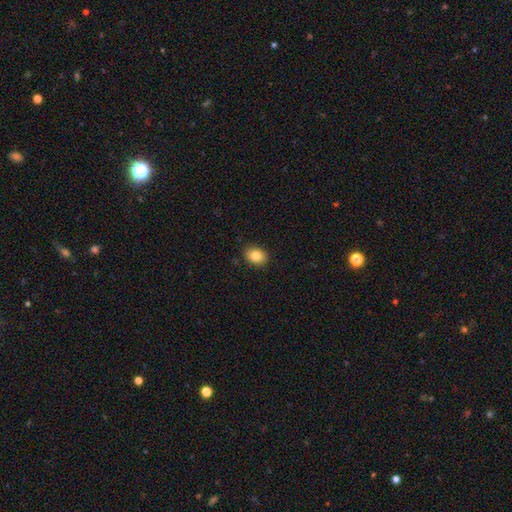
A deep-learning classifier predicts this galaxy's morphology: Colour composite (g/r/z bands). It shows a smooth galaxy with no disk features (84%) that is in between round and cigar-shaped (66%). Merging: none (89%).